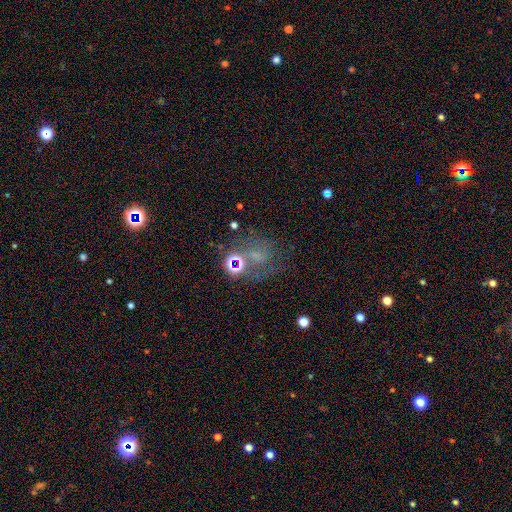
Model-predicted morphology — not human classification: smooth-or-featured: star or artifact: 36% | smooth: 33% | featured or disk: 30%